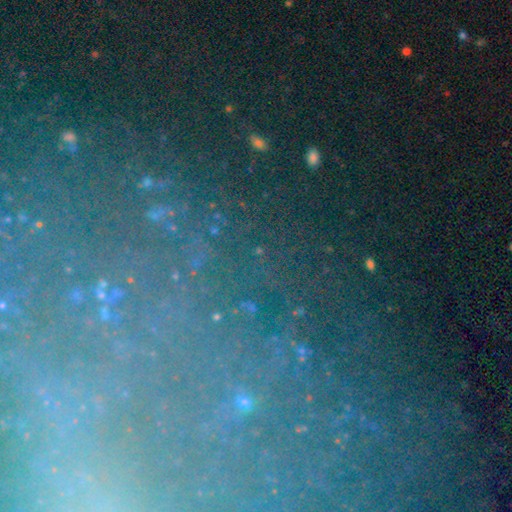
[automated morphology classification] smooth-or-featured: star or artifact: 65% | featured or disk: 20% | smooth: 15%